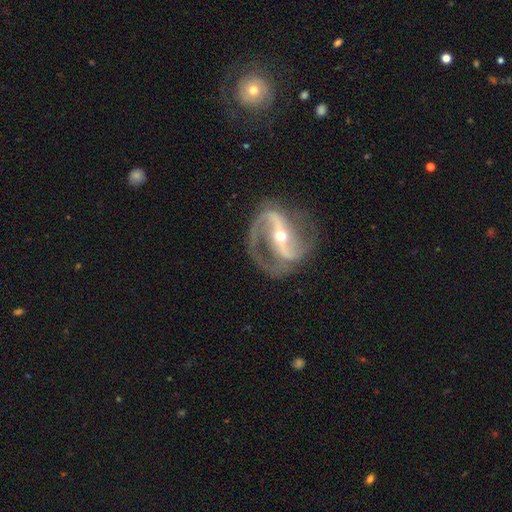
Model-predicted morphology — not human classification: Smooth or featured: featured or disk — 90% (star or artifact — 6%)
Edge-on disk: no — 96% (yes — 4%)
Bar: strong — 67% (weak — 21%)
Spiral arms: yes — 95% (no — 5%)
Spiral winding: medium — 51% (tight — 27%)
Spiral arm count: 2 — 86% (1 — 6%)
Bulge size: small — 50% (moderate — 46%)
Merging: none — 67% (minor disturbance — 16%)